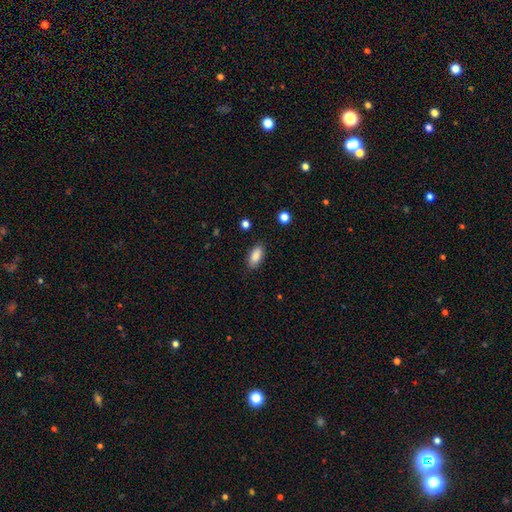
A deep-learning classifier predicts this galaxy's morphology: A smooth galaxy with no disk features (88%) that is in between round and cigar-shaped (89%).

Vote fractions:
- Smooth or featured? smooth: 88% / star or artifact: 7% / featured or disk: 5%
- How rounded? in between: 89% / cigar-shaped: 9% / round: 3%
- Merging? none: 86% / minor disturbance: 11% / major disturbance: 3% / merger: 1%